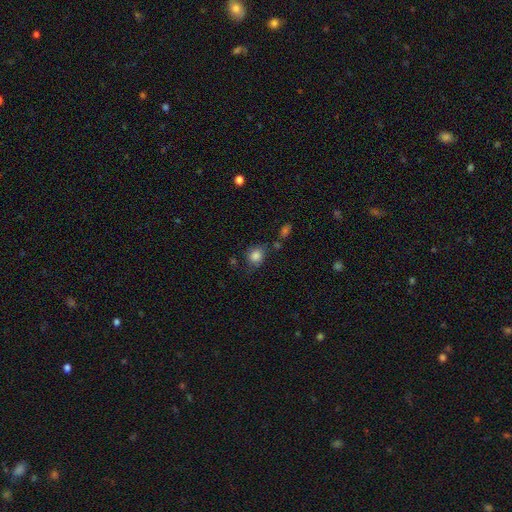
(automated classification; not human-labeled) This is clearly a smooth galaxy (84%). How rounded: likely round (71%). Merging: likely none (66%).